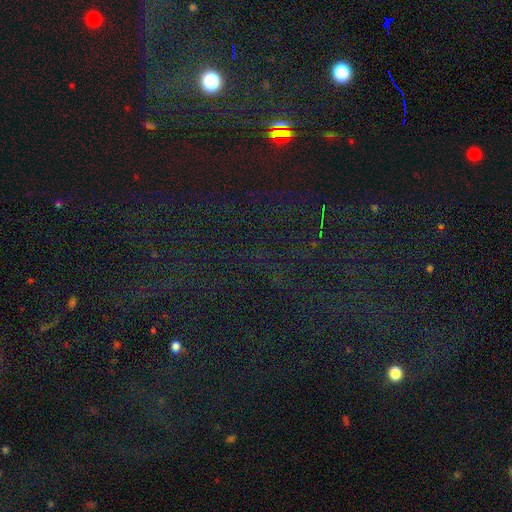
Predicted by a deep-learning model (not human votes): star or artifact 76%, smooth 15%, featured or disk 9%.